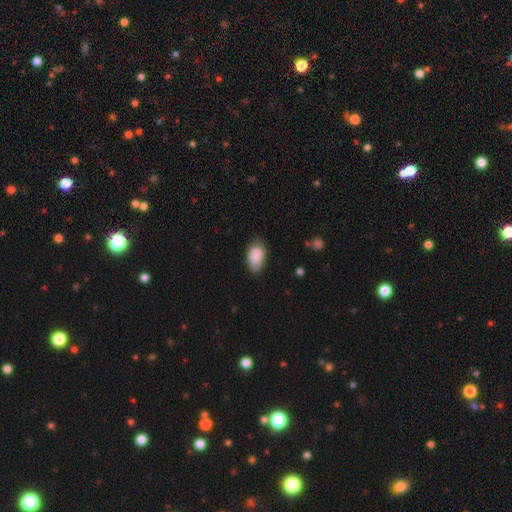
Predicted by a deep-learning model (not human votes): Smooth or featured? smooth (89%)
How rounded? in between (93%)
Merging? none (73%)